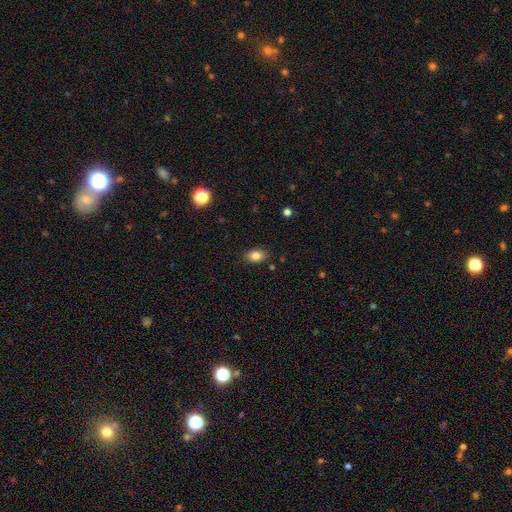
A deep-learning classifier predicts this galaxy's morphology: Smooth or featured: smooth — 83% (star or artifact — 9%)
How rounded: in between — 83% (round — 15%)
Merging: none — 86% (minor disturbance — 10%)